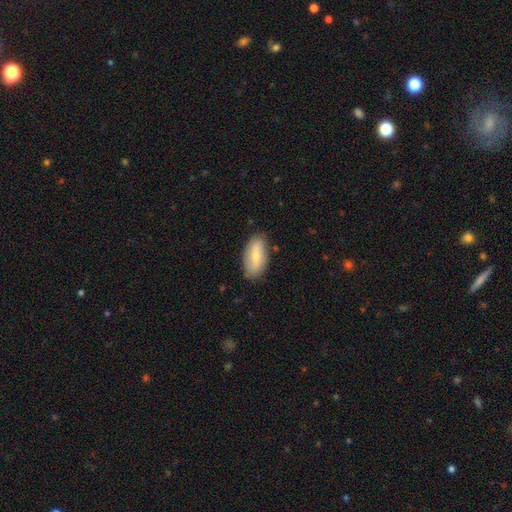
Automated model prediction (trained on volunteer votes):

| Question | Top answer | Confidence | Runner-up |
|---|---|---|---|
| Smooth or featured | smooth | 64% | featured or disk (30%) |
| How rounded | in between | 90% | cigar-shaped (7%) |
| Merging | none | 82% | minor disturbance (14%) |